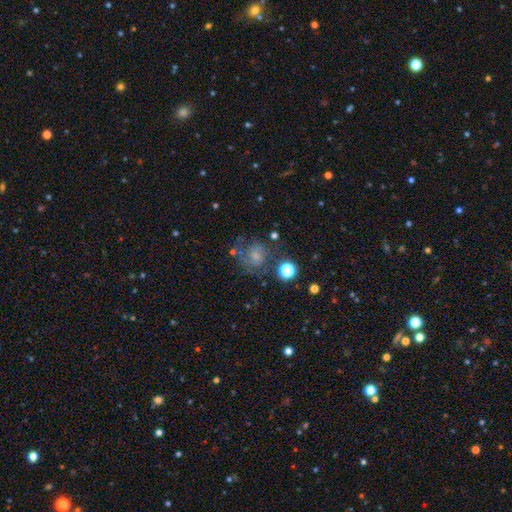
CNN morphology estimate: The model was most divided on "smooth or featured": featured or disk: 49%, smooth: 28%, star or artifact: 23%. More confident: merging — none (65%).